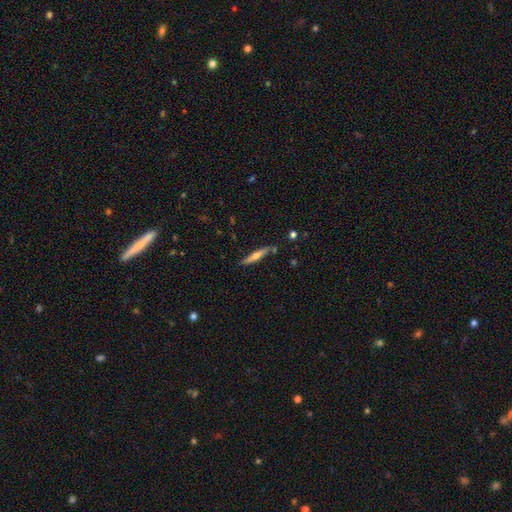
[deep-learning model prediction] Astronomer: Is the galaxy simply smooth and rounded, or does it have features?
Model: smooth — 48% (runner-up: featured or disk, 46%).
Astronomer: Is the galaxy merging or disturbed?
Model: none — 83%.